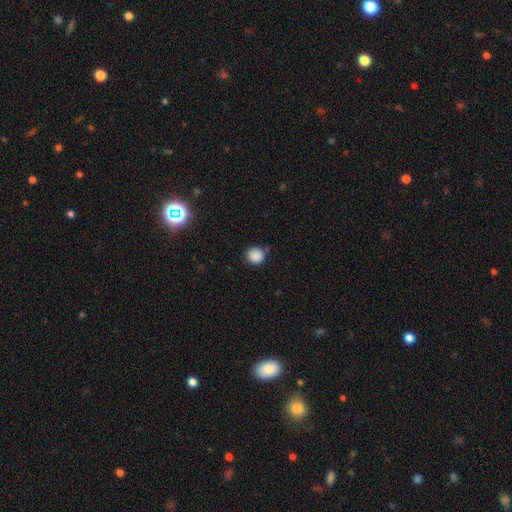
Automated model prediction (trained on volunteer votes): smooth-or-featured: smooth: 87% | star or artifact: 10% | featured or disk: 3%
  how-rounded: round: 90% | in between: 9% | cigar-shaped: 1%
  merging: none: 75% | minor disturbance: 16% | merger: 5% | major disturbance: 4%